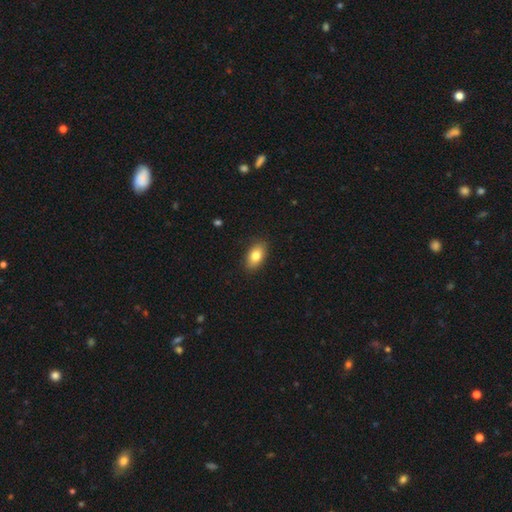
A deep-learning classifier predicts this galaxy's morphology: smooth-or-featured: smooth: 81% | featured or disk: 12% | star or artifact: 7%
  how-rounded: in between: 90% | round: 7% | cigar-shaped: 3%
  merging: none: 87% | minor disturbance: 10% | major disturbance: 2% | merger: 1%